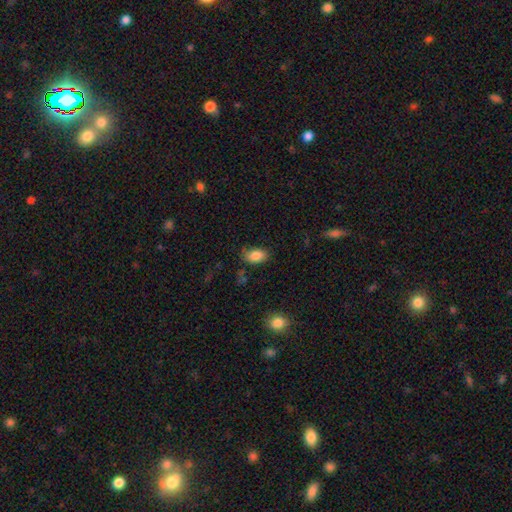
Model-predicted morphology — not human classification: A smooth galaxy with no disk features (86%) that is in between round and cigar-shaped (90%). Merging: none (74%).